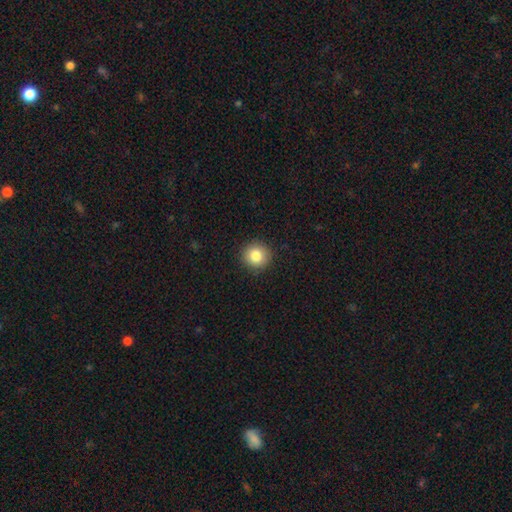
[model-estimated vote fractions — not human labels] This is clearly a smooth galaxy (83%). How rounded: clearly round (93%). Merging: clearly none (91%).